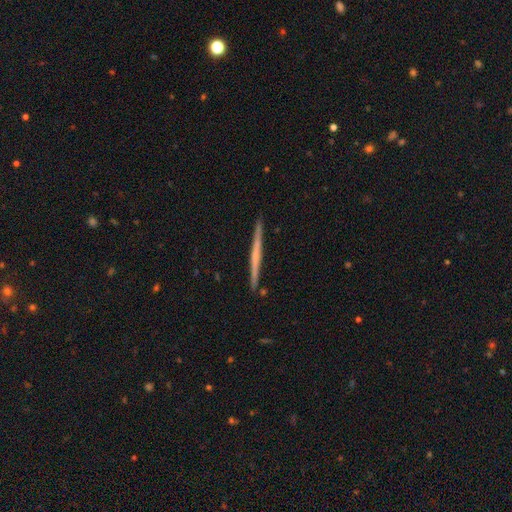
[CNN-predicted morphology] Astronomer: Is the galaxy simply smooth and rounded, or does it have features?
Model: featured or disk — 61%.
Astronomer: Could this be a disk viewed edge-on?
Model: yes — 98%.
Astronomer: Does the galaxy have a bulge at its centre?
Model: none — 79%.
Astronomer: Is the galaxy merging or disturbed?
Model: none — 91%.